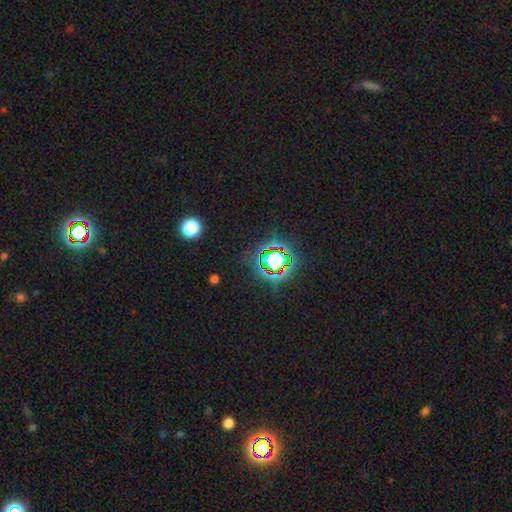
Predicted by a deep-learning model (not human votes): A star or artifact, not a galaxy (81%).